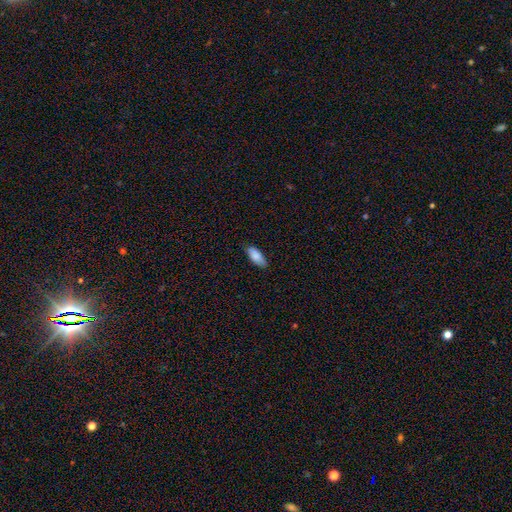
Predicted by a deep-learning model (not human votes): Smooth or featured?
  - smooth: 84% *
  - featured or disk: 10%
  - star or artifact: 6%
How rounded?
  - in between: 82% *
  - cigar-shaped: 16%
  - round: 2%
Merging?
  - none: 81% *
  - minor disturbance: 15%
  - major disturbance: 2%
  - merger: 1%